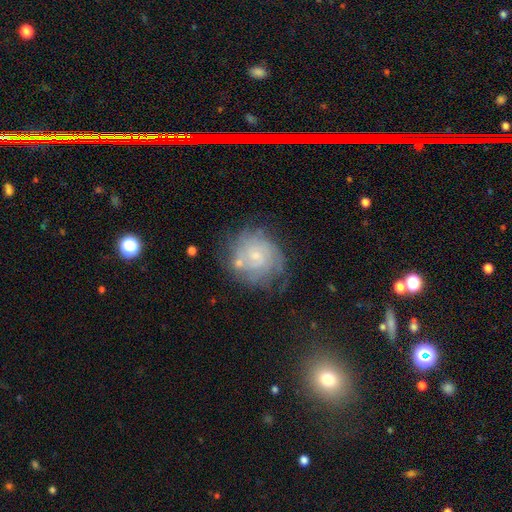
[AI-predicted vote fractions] smooth-or-featured: featured or disk: 69% | smooth: 22% | star or artifact: 9%
  disk-edge-on: no: 98% | yes: 2%
    bar: no: 76% | weak: 21% | strong: 3%
    has-spiral-arms: yes: 88% | no: 12%
      spiral-winding: tight: 71% | medium: 22% | loose: 7%
      spiral-arm-count: can't tell: 48% | 3: 14% | 2: 14% | 4: 13% | more than 4: 7% | 1: 5%
    bulge-size: small: 75% | moderate: 18% | none: 4% | large: 2% | dominant: 1%
  merging: none: 61% | minor disturbance: 20% | major disturbance: 10% | merger: 8%